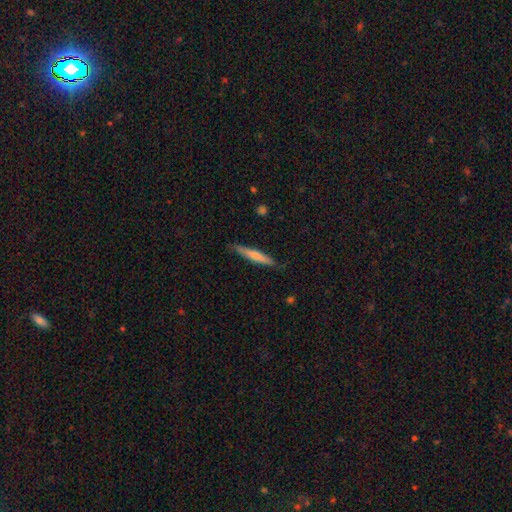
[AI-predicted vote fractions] The model was most divided on "smooth or featured": smooth: 62%, featured or disk: 33%, star or artifact: 5%. More confident: how rounded — cigar-shaped (94%); merging — none (84%).